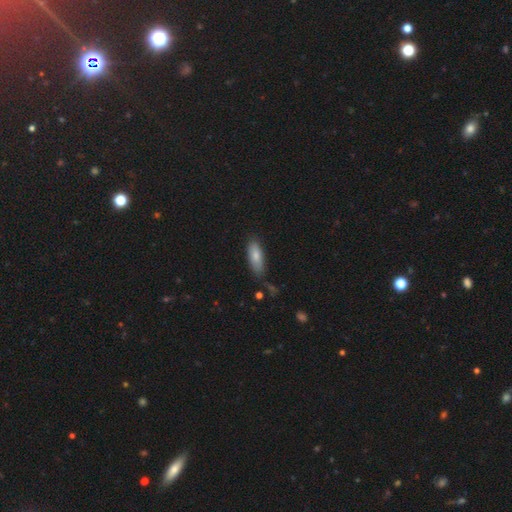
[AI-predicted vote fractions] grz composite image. It shows a smooth galaxy with no disk features (80%) that is in between round and cigar-shaped (72%). Merging: none (71%).